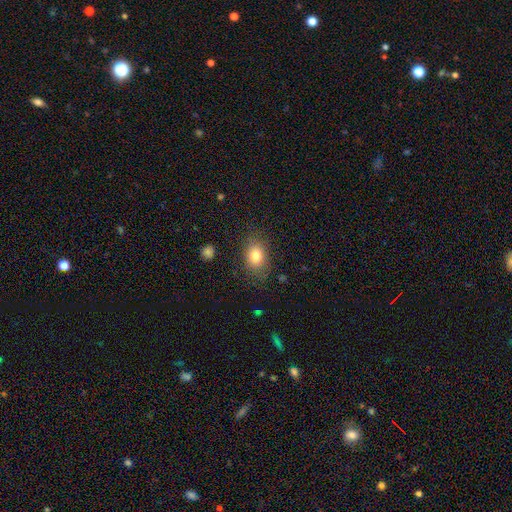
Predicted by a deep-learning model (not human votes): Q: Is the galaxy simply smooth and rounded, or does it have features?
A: smooth — 80%.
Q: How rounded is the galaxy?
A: in between — 71%.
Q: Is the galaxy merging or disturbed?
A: none — 81%.